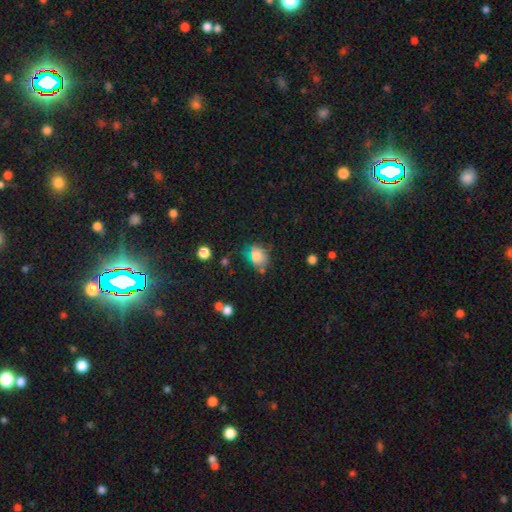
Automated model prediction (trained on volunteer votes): smooth-or-featured: smooth: 75% | star or artifact: 12% | featured or disk: 12%
  how-rounded: in between: 58% | round: 40% | cigar-shaped: 1%
  merging: none: 56% | minor disturbance: 26% | major disturbance: 9% | merger: 9%